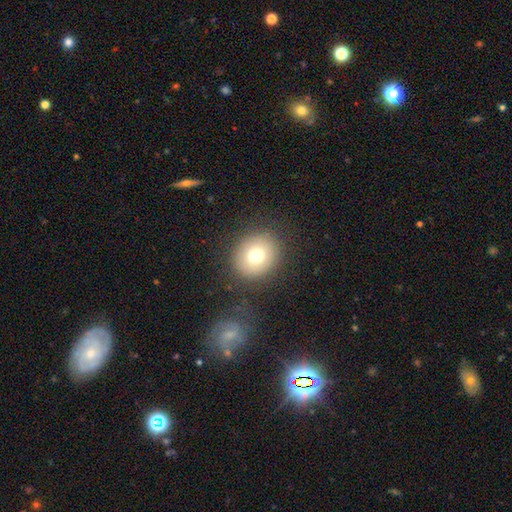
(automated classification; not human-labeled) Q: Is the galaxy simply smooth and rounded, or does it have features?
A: smooth — 74%.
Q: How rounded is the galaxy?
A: round — 80%.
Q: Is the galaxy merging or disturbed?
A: none — 86%.